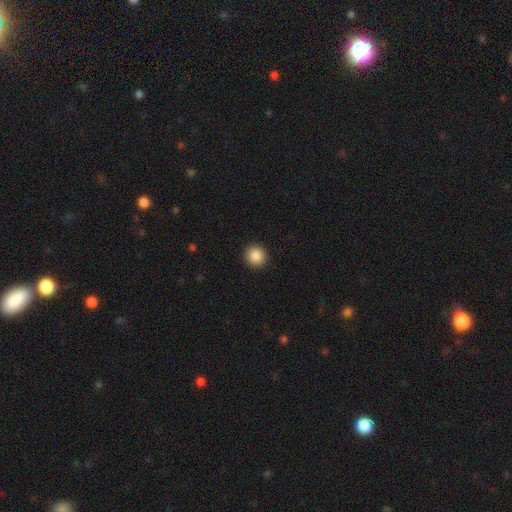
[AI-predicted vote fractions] This appears to be a smooth galaxy with no disk features (87%) that is round (92%). Merging: none (93%).